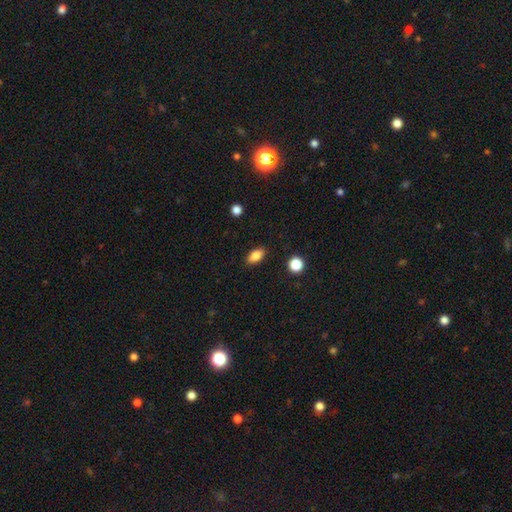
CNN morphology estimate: Smooth or featured: smooth — 83% (star or artifact — 9%)
How rounded: in between — 88% (round — 7%)
Merging: none — 88% (minor disturbance — 8%)